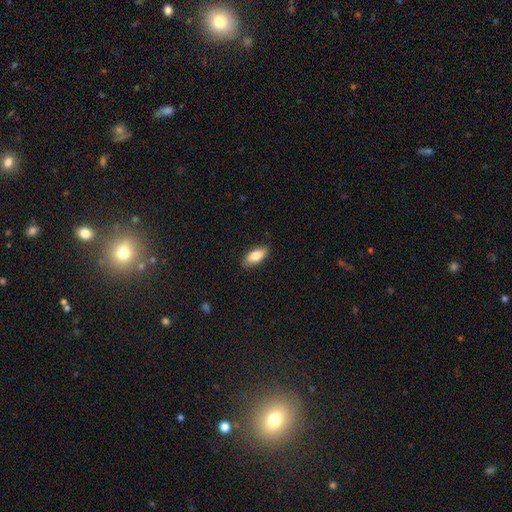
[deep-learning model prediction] smooth_or_featured: smooth (p=0.81) [alt: featured or disk p=0.12]
how_rounded: in between (p=0.84) [alt: cigar-shaped p=0.13]
merging: none (p=0.85) [alt: minor disturbance p=0.12]